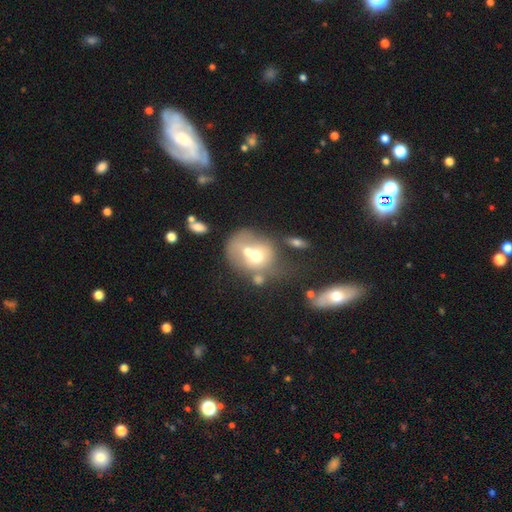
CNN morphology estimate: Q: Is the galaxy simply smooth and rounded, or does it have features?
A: smooth — 55%.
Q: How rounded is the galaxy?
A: round — 66%.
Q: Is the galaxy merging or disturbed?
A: merger — 59%.